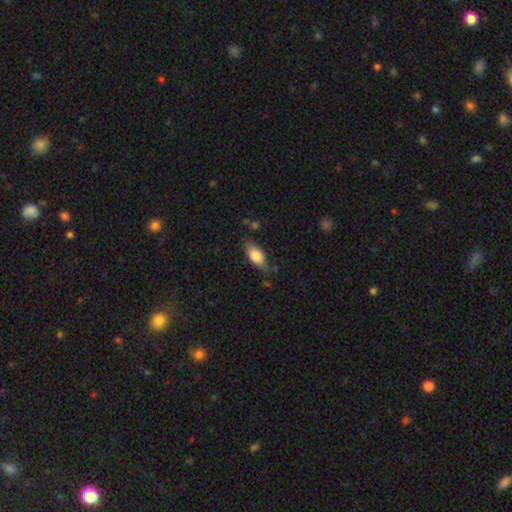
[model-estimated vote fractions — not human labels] This appears to be a smooth galaxy with no disk features (80%) that is in between round and cigar-shaped (84%). Merging: none (71%).